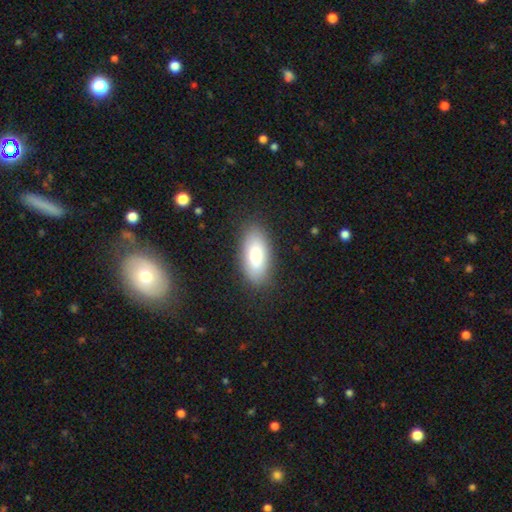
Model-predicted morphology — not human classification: This appears to be a smooth galaxy with no disk features (82%) that is in between round and cigar-shaped (88%). Merging: none (85%).